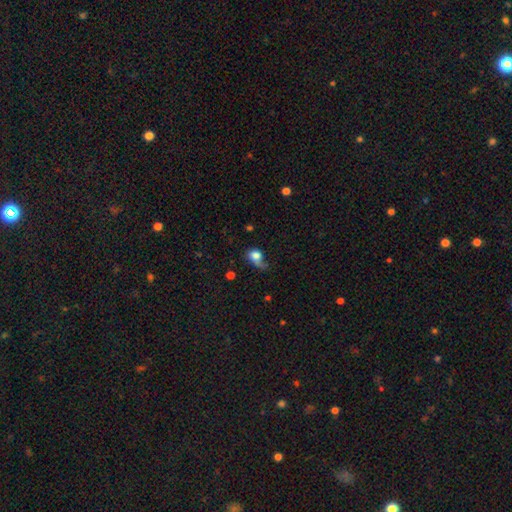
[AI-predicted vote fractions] Smooth or featured? Predicted: smooth (p=0.73). How rounded? Predicted: in between (p=0.50). Merging? Predicted: major disturbance (p=0.37).